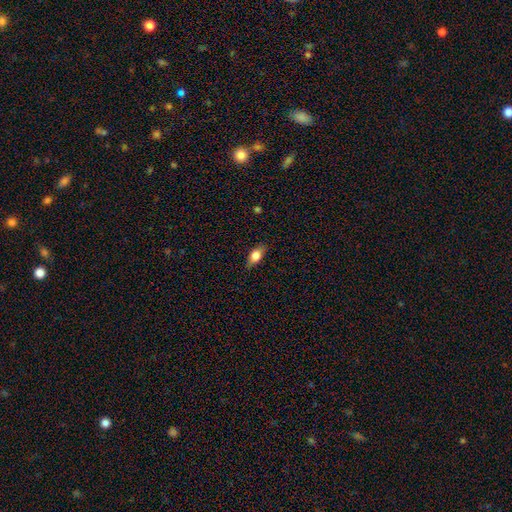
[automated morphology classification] This appears to be a smooth galaxy with no disk features (73%) that is in between round and cigar-shaped (79%). Merging: none (81%).